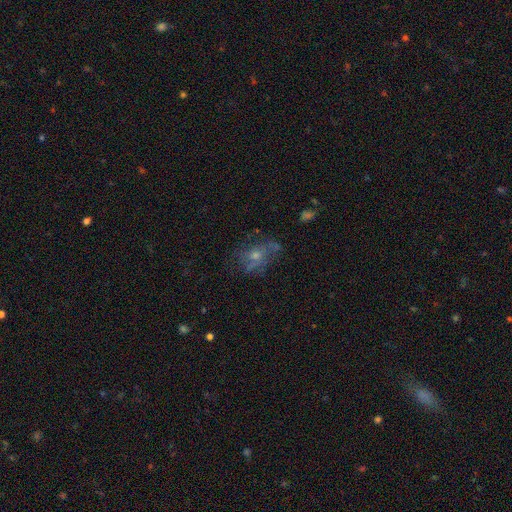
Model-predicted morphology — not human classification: Overall: featured or disk (51%; smooth 30%). Edge-on disk: no (94%). Merging: none (56%; minor disturbance 22%).